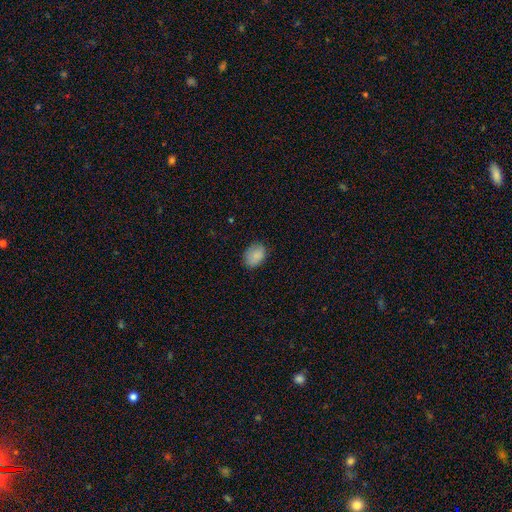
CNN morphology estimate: smooth 87%, star or artifact 8%, featured or disk 5%. Down the decision tree: how rounded — in between (72%); merging — none (79%).